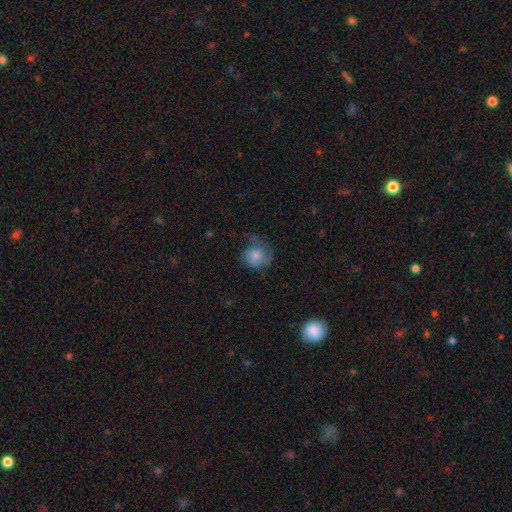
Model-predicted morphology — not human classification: A smooth galaxy with no disk features (65%) that is round (80%). Merging: none (41%).